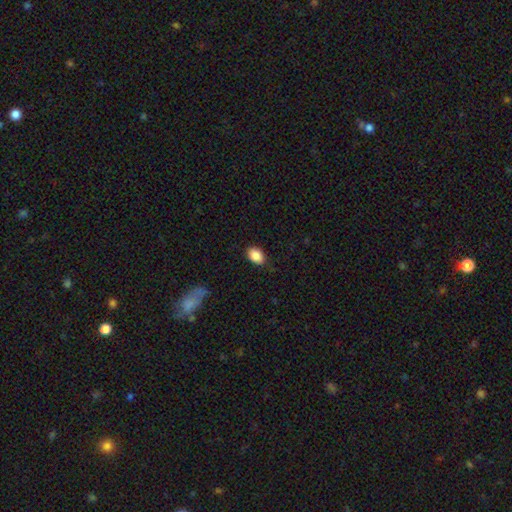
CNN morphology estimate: smooth_or_featured: smooth (p=0.87) [alt: star or artifact p=0.08]
how_rounded: in between (p=0.81) [alt: round p=0.18]
merging: none (p=0.85) [alt: minor disturbance p=0.12]